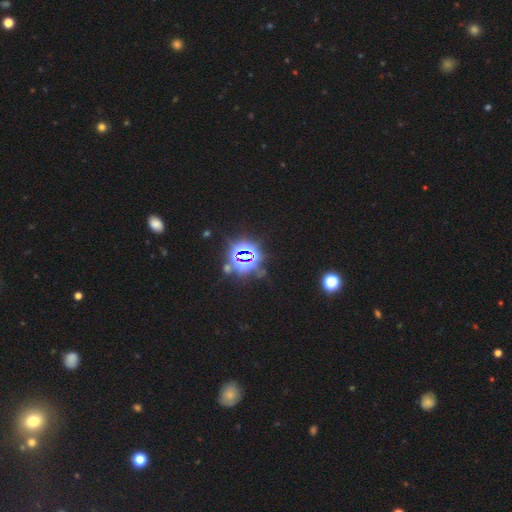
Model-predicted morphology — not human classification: type=star or artifact (81%).